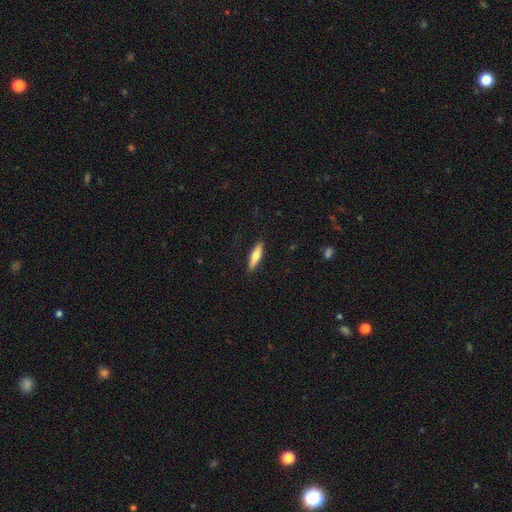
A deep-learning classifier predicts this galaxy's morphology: type=smooth (59%); roundness=cigar-shaped (74%); merging=none (89%).